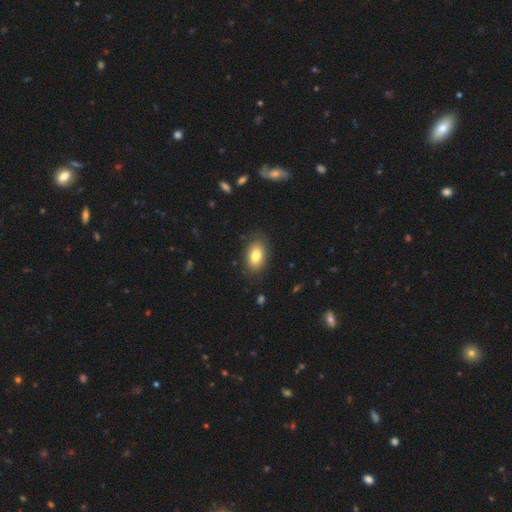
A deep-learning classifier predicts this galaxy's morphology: Q: Smooth or featured?
A: smooth (79%); runner-up: featured or disk (13%)
Q: How rounded?
A: in between (90%); runner-up: round (8%)
Q: Merging?
A: none (82%); runner-up: minor disturbance (13%)